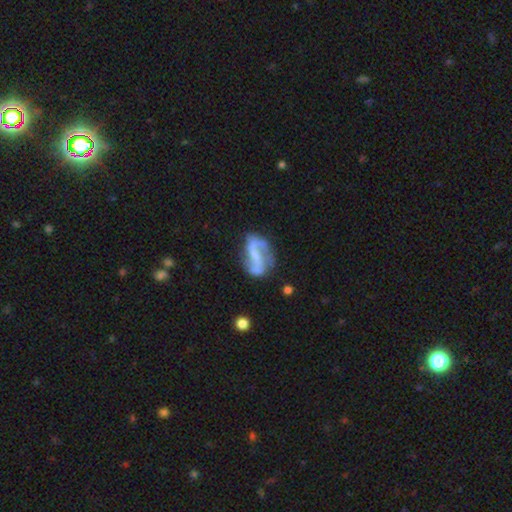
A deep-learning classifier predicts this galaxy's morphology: featured or disk 78%, smooth 14%, star or artifact 7%. Down the decision tree: edge-on disk — no (96%); bar — weak (36%); spiral arms — yes (87%); spiral arm count — 2 (86%); spiral winding — loose (62%); bulge size — none (52%); merging — none (56%).